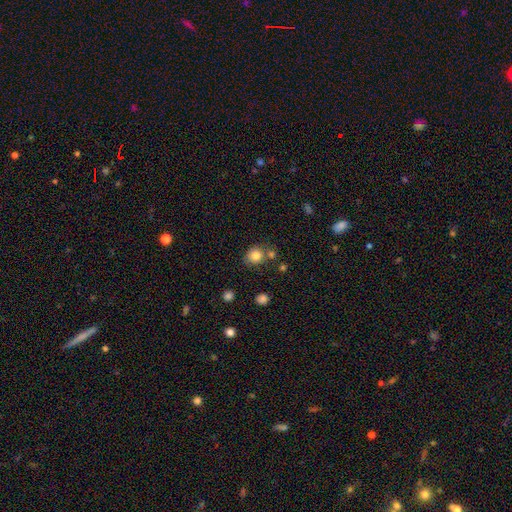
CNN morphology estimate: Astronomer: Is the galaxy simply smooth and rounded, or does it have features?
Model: smooth — 82%.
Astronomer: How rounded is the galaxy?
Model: round — 73%.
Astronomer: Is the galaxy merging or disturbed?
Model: none — 66%.